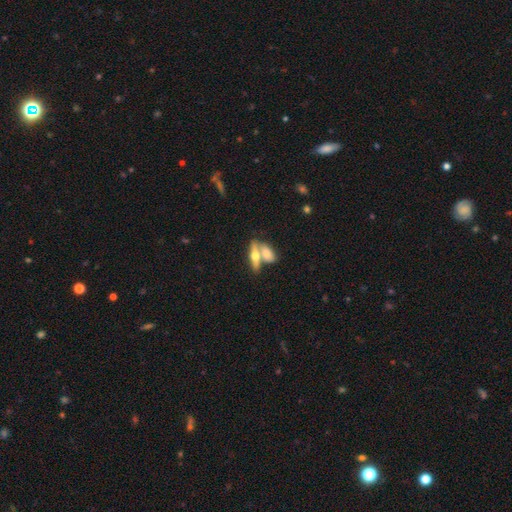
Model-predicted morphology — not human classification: smooth 52%, featured or disk 42%, star or artifact 7%. Down the decision tree: how rounded — in between (64%); merging — merger (53%).